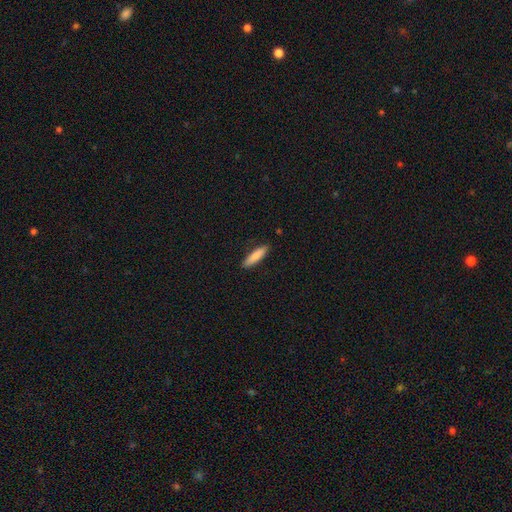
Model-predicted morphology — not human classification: smooth 84%, featured or disk 11%, star or artifact 6%. Down the decision tree: how rounded — cigar-shaped (77%); merging — none (87%).